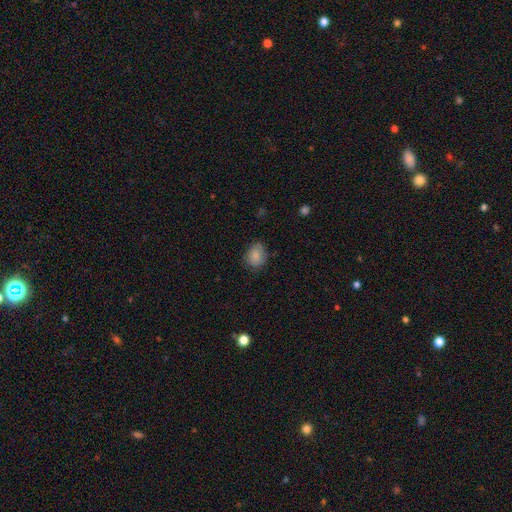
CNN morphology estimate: A smooth galaxy with no disk features (86%) that is in between round and cigar-shaped (52%). Merging: none (76%).